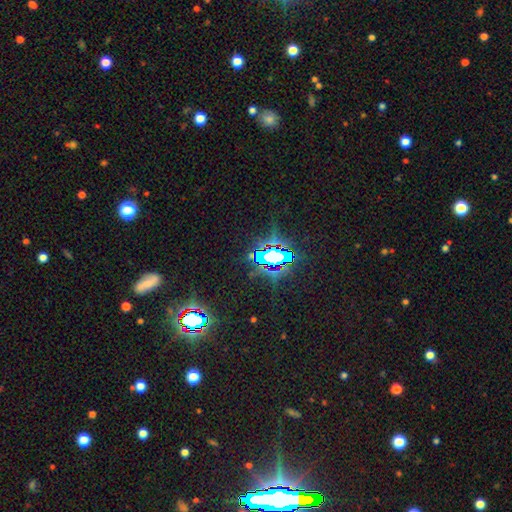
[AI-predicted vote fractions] A star or artifact, not a galaxy (75%).

Vote fractions:
- Smooth or featured? star or artifact: 75% / smooth: 14% / featured or disk: 11%